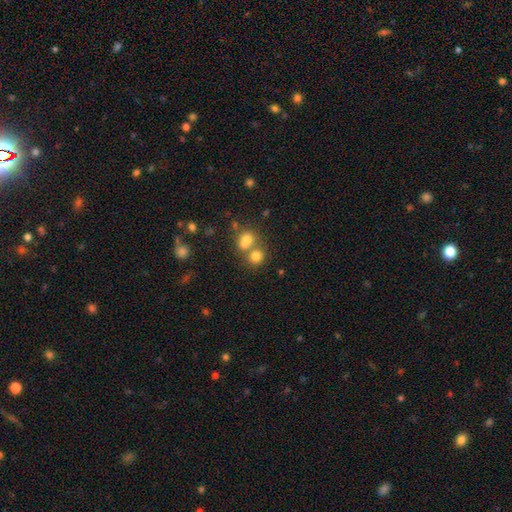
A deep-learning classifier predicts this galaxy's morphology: Smooth or featured? smooth (76%)
How rounded? round (66%)
Merging? merger (46%)